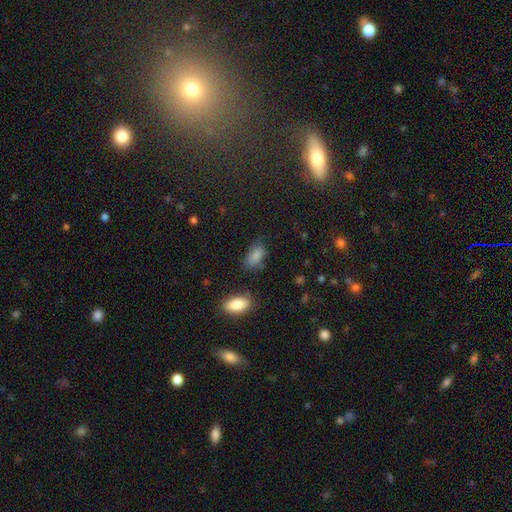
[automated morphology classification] type=smooth (84%); roundness=in between (91%); merging=none (61%).